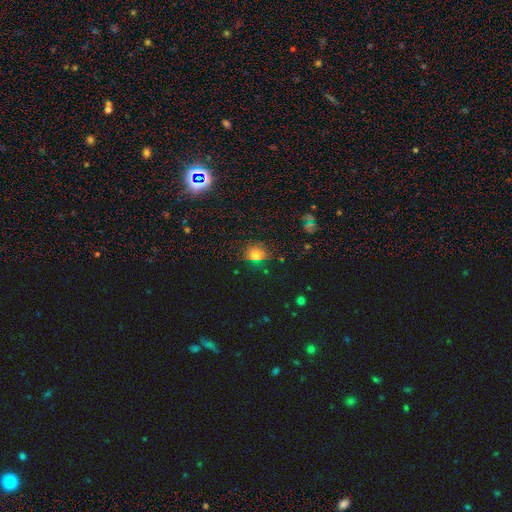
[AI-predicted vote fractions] Smooth or featured? smooth (68%)
How rounded? round (75%)
Merging? none (79%)